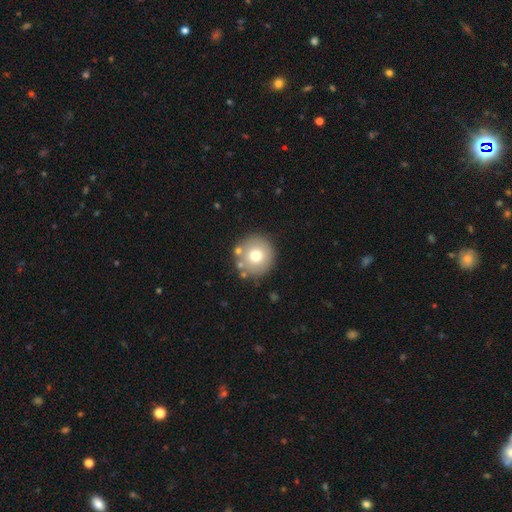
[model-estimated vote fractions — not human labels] smooth_or_featured: smooth (p=0.71) [alt: featured or disk p=0.18]
how_rounded: round (p=0.95) [alt: in between p=0.04]
merging: none (p=0.81) [alt: minor disturbance p=0.08]